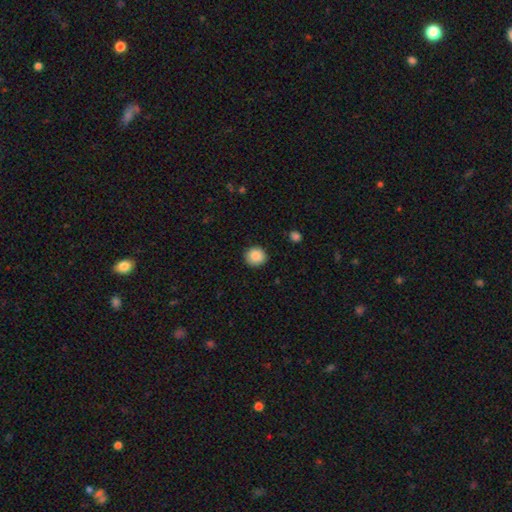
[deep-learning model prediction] A smooth galaxy with no disk features (88%) that is round (89%). Merging: none (89%).